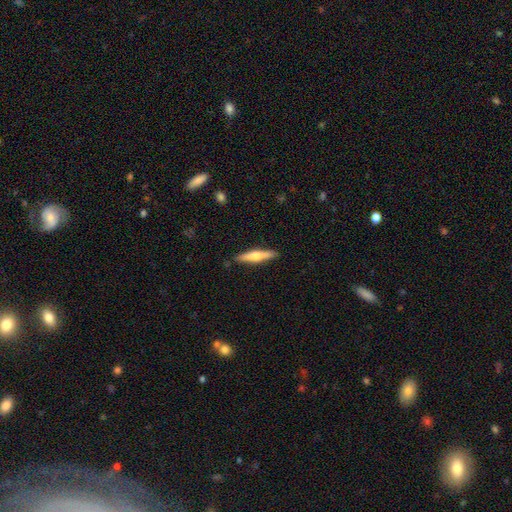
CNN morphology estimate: Smooth or featured: featured or disk — 49% (smooth — 45%)
Merging: none — 89% (minor disturbance — 8%)